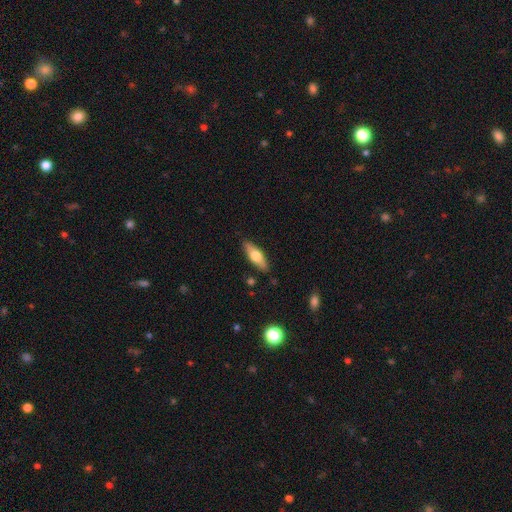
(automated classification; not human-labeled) Smooth or featured: smooth — 56% (featured or disk — 38%)
How rounded: in between — 54% (cigar-shaped — 44%)
Merging: none — 87% (minor disturbance — 9%)